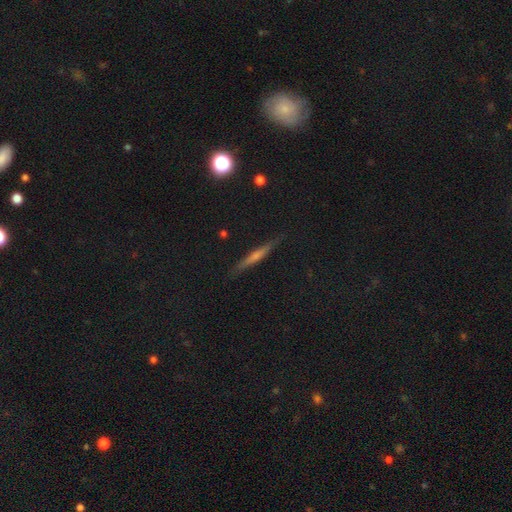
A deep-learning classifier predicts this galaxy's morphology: Overall: featured or disk (58%; smooth 31%). Edge-on disk: yes (96%). Edge-on bulge: rounded (54%; none 36%). Merging: none (89%).